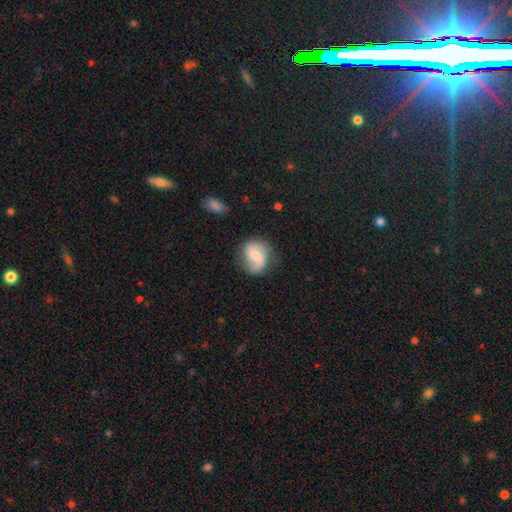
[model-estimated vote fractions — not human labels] This appears to be a featured or disk galaxy (65%) with a weak bar (44%), 2 (85%) loose (48%) spiral arms (91%) and a moderate central bulge (55%). Merging: none (72%).